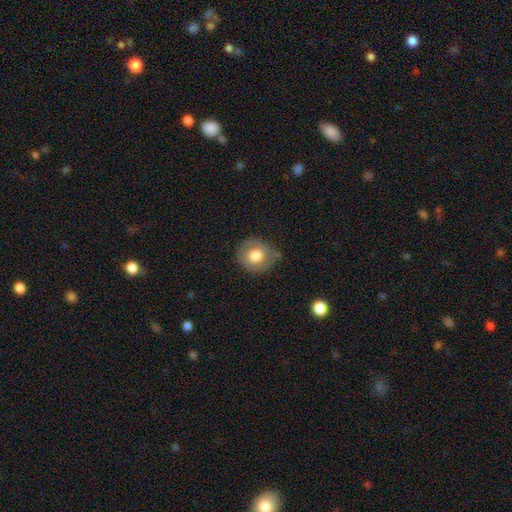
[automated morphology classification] smooth_or_featured: smooth (p=0.71) [alt: featured or disk p=0.22]
how_rounded: round (p=0.86) [alt: in between p=0.13]
merging: none (p=0.67) [alt: minor disturbance p=0.24]